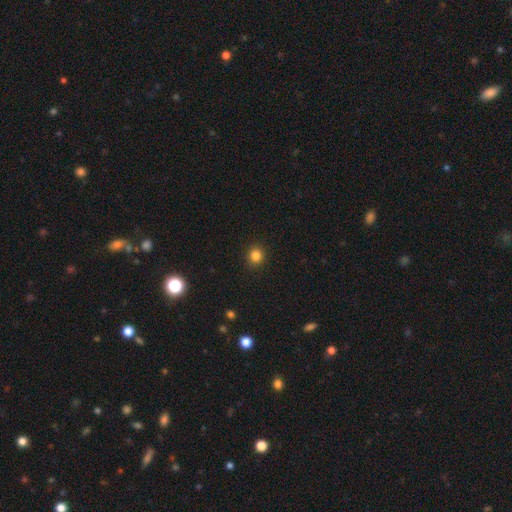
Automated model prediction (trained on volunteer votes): Smooth or featured? smooth (83%)
How rounded? round (88%)
Merging? none (91%)